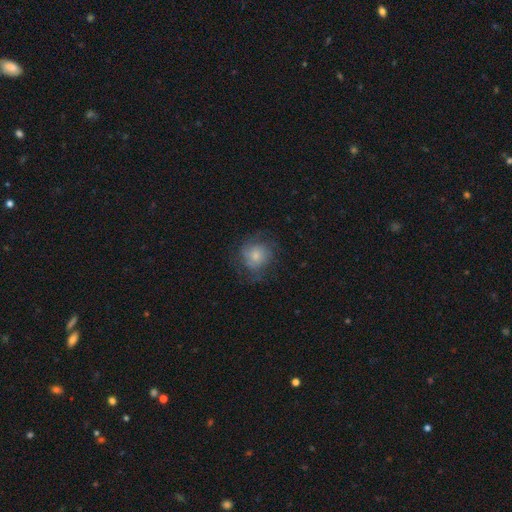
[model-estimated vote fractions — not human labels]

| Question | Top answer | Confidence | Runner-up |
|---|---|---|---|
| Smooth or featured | smooth | 51% | featured or disk (40%) |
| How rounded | round | 83% | in between (16%) |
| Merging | none | 63% | minor disturbance (20%) |